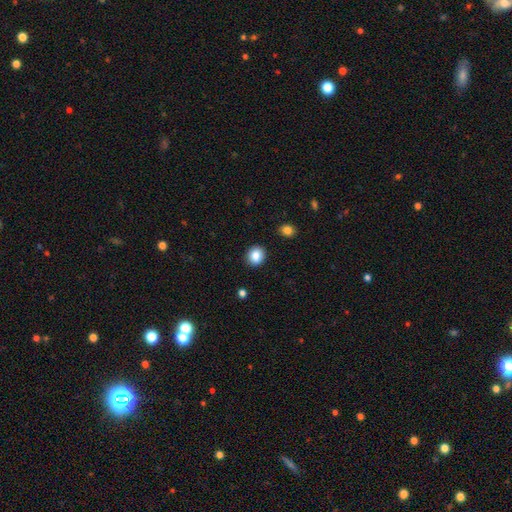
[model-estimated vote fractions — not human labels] Smooth or featured?
  - smooth: 86% *
  - star or artifact: 9%
  - featured or disk: 5%
How rounded?
  - round: 70% *
  - in between: 29%
  - cigar-shaped: 1%
Merging?
  - none: 90% *
  - minor disturbance: 6%
  - major disturbance: 2%
  - merger: 1%